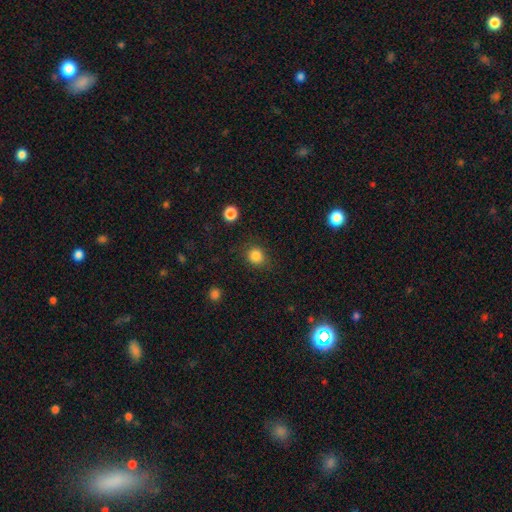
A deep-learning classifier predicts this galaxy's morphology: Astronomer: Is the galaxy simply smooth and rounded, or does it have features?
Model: smooth — 84%.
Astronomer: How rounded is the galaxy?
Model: round — 81%.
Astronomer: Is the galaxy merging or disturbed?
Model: none — 83%.